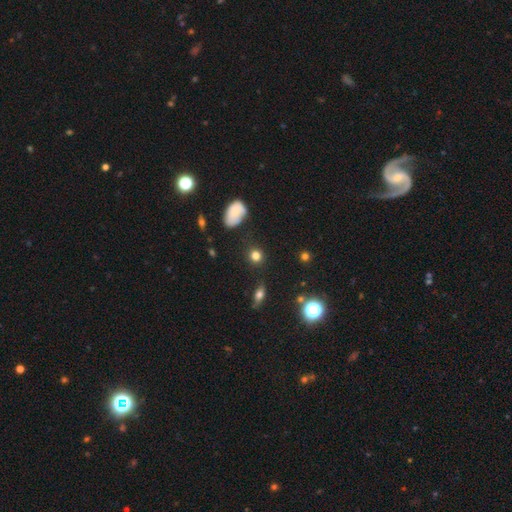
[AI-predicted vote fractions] A smooth galaxy with no disk features (77%) that is round (86%).

Vote fractions:
- Smooth or featured? smooth: 77% / star or artifact: 16% / featured or disk: 7%
- How rounded? round: 86% / in between: 13% / cigar-shaped: 2%
- Merging? none: 84% / minor disturbance: 10% / major disturbance: 3% / merger: 3%